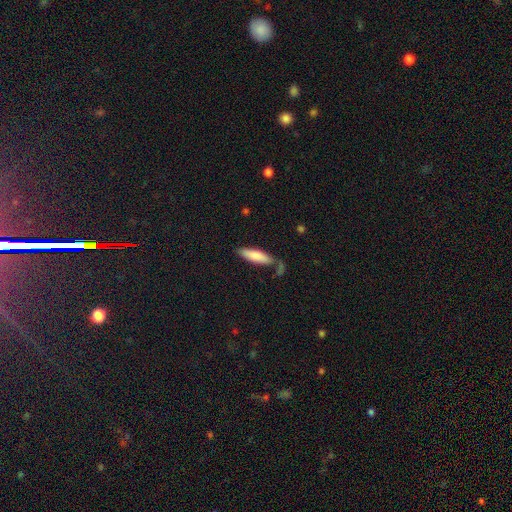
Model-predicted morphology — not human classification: type=smooth (81%); roundness=cigar-shaped (61%); merging=none (66%).